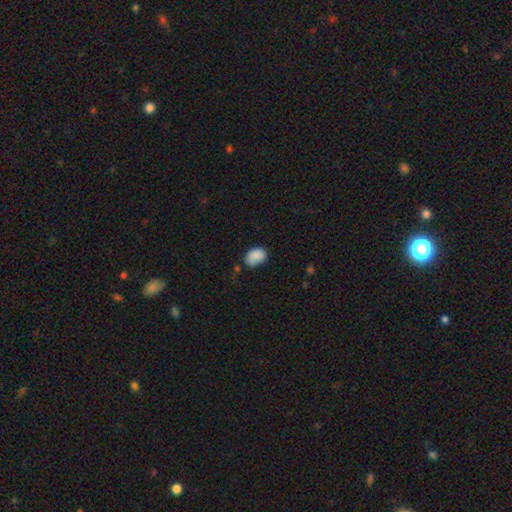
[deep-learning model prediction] The model was most divided on "merging": none: 61%, minor disturbance: 29%, major disturbance: 6%, merger: 4%. More confident: smooth or featured — smooth (86%); how rounded — in between (77%).